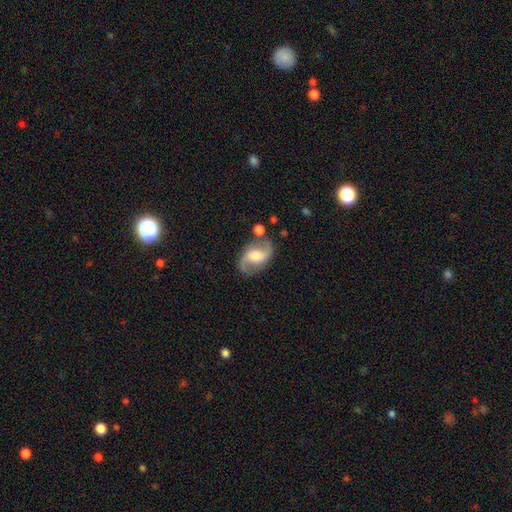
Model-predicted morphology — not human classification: type=featured or disk (75%); edge-on=no (96%); bar=weak (44%); spiral arms=yes (92%); winding=loose (49%); arm count=2 (91%); bulge=moderate (49%); merging=none (70%).